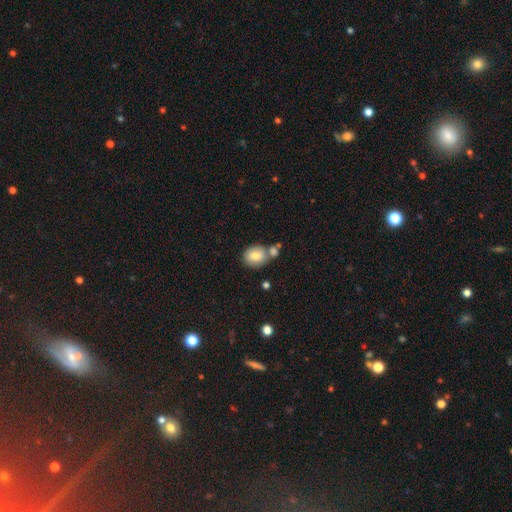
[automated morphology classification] Overall: smooth (82%). How rounded: in between (51%; round 48%). Merging: none (52%; merger 31%).